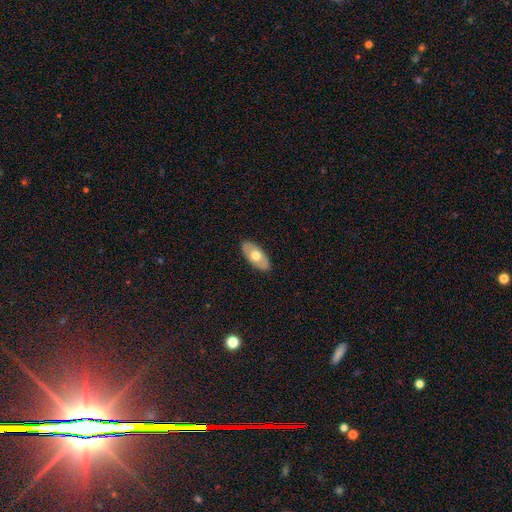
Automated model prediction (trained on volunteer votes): Q: Smooth or featured?
A: smooth (54%); runner-up: featured or disk (41%)
Q: How rounded?
A: in between (92%); runner-up: cigar-shaped (5%)
Q: Merging?
A: none (88%); runner-up: minor disturbance (9%)